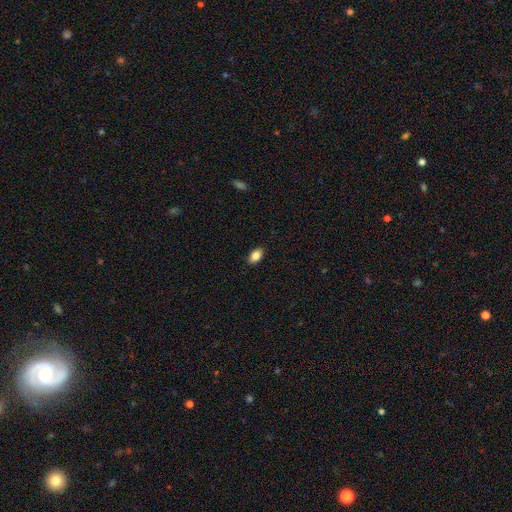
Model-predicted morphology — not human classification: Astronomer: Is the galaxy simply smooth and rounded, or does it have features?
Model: smooth — 85%.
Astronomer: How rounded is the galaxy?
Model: in between — 90%.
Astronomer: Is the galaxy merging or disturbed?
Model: none — 88%.